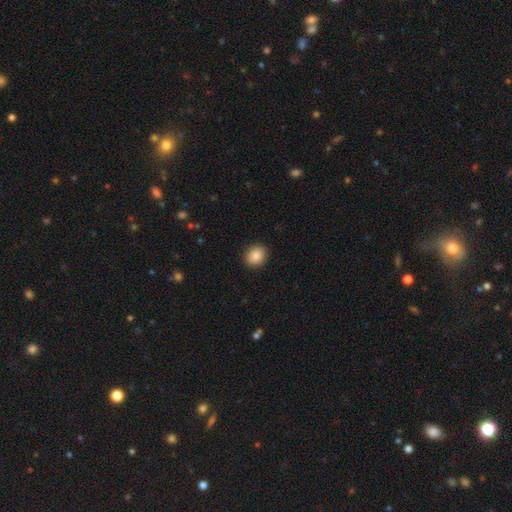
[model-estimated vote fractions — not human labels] This is clearly a smooth galaxy (88%). How rounded: likely round (66%). Merging: clearly none (91%).